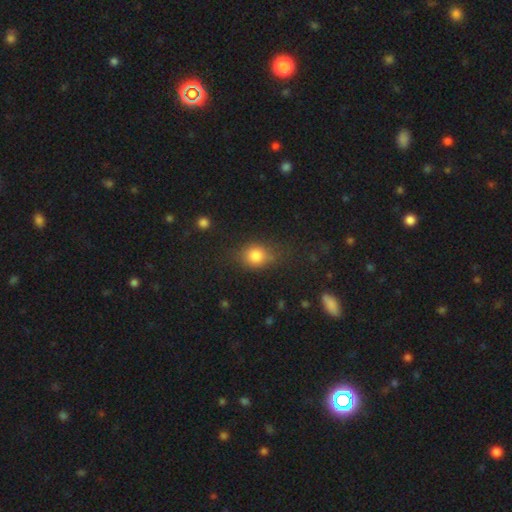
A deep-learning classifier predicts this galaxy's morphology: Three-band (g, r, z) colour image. It shows a smooth galaxy with no disk features (82%) that is round (60%). Merging: none (67%).